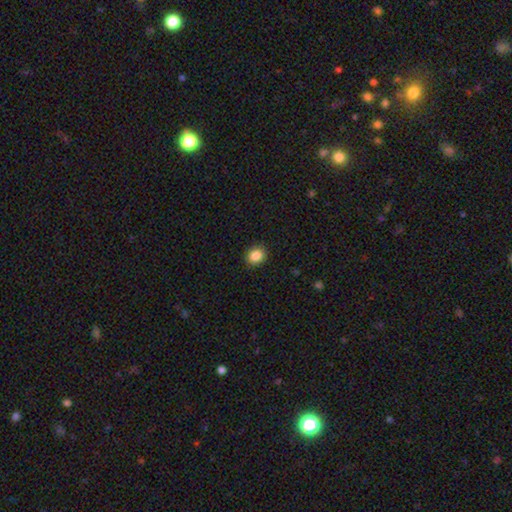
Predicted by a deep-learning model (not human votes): Overall: smooth (87%). How rounded: round (68%; in between 31%). Merging: none (91%).